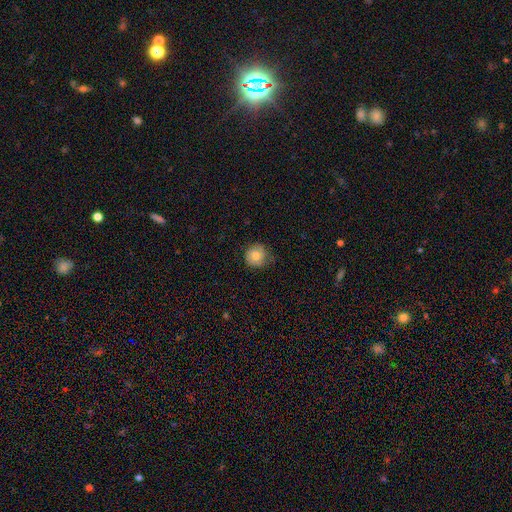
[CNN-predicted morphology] Overall: smooth (76%). How rounded: round (92%). Merging: none (72%).